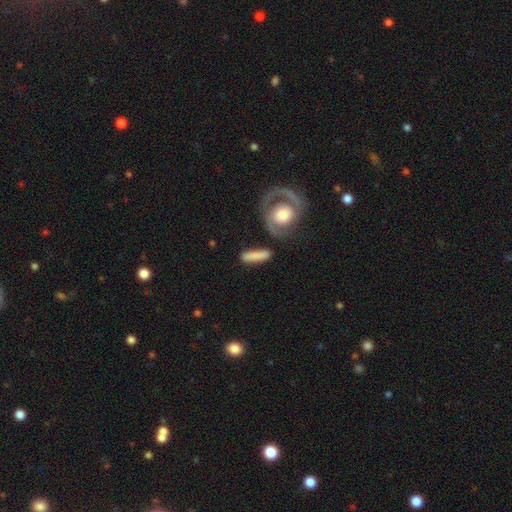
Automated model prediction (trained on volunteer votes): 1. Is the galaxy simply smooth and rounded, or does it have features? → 73% smooth, 21% featured or disk, 6% star or artifact.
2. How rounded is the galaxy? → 75% cigar-shaped, 21% in between, 3% round.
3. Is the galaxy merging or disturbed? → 73% none, 13% minor disturbance, 8% merger, 6% major disturbance.